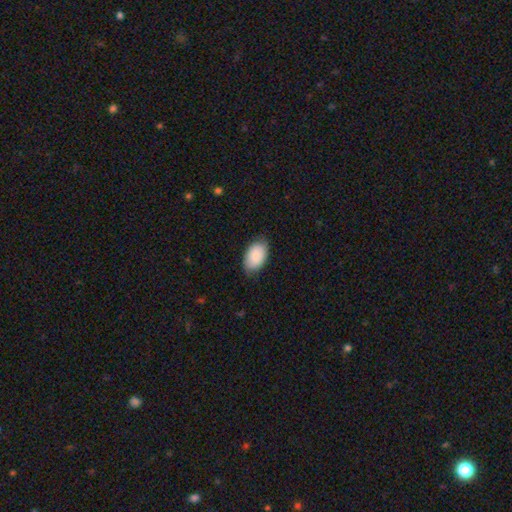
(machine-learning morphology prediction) Smooth or featured?
  - smooth: 89% *
  - star or artifact: 6%
  - featured or disk: 5%
How rounded?
  - in between: 93% *
  - round: 5%
  - cigar-shaped: 1%
Merging?
  - none: 78% *
  - minor disturbance: 18%
  - major disturbance: 3%
  - merger: 1%